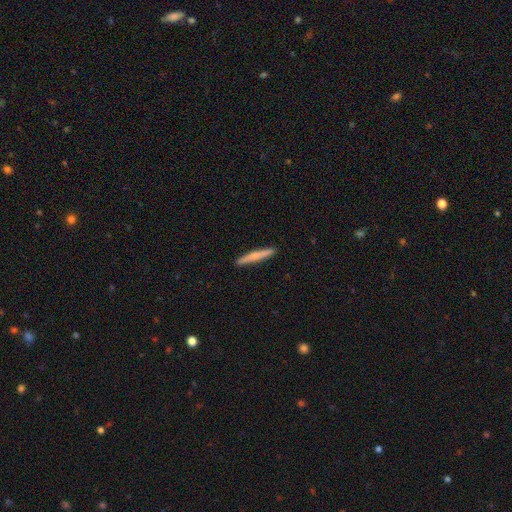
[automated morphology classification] smooth-or-featured: smooth: 56% | featured or disk: 38% | star or artifact: 6%
  how-rounded: cigar-shaped: 95% | in between: 3% | round: 2%
  merging: none: 91% | minor disturbance: 6% | major disturbance: 1% | merger: 1%